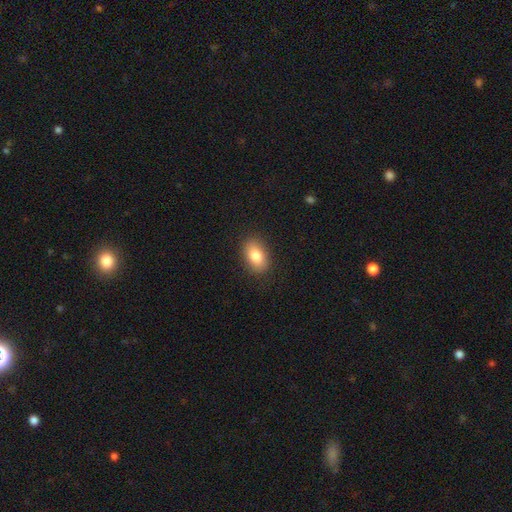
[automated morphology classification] This appears to be a smooth galaxy with no disk features (83%) that is in between round and cigar-shaped (88%). Merging: none (87%).